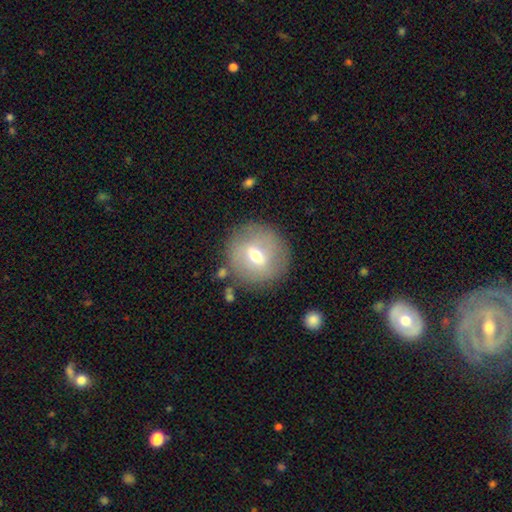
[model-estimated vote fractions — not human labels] Smooth or featured? smooth (46%)
Merging? none (82%)